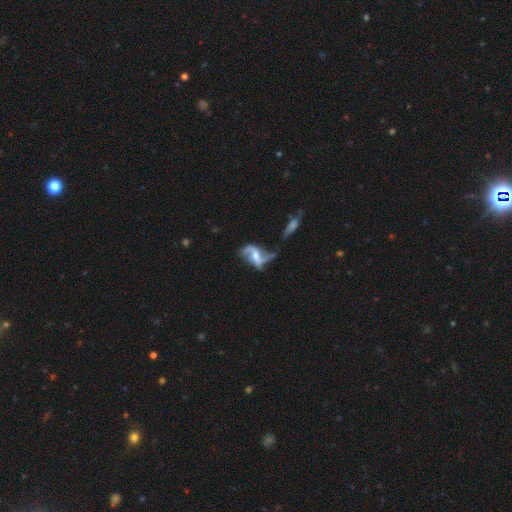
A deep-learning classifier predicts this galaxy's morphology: Smooth or featured? featured or disk (84%)
Edge-on disk? no (95%)
Bar? weak (45%)
Spiral arms? yes (93%)
Spiral winding? loose (77%)
Spiral arm count? 2 (89%)
Bulge size? moderate (55%)
Merging? none (46%)